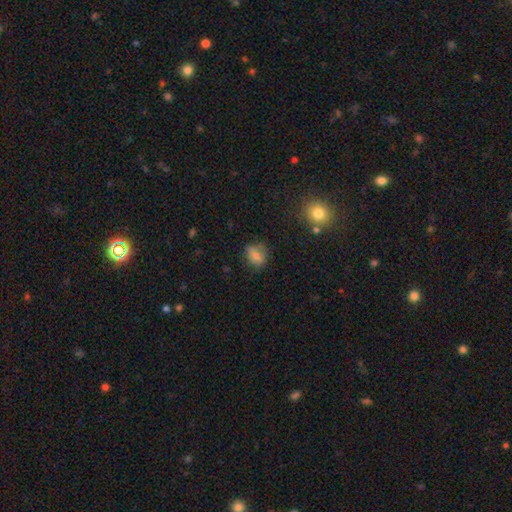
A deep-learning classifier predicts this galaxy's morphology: This appears to be a smooth galaxy with no disk features (70%) that is round (55%). Merging: none (62%).